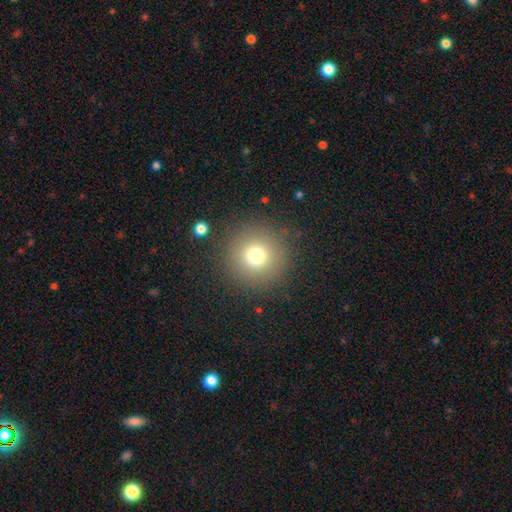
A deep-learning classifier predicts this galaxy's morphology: Smooth or featured? Predicted: smooth (p=0.74). How rounded? Predicted: round (p=0.96). Merging? Predicted: none (p=0.88).